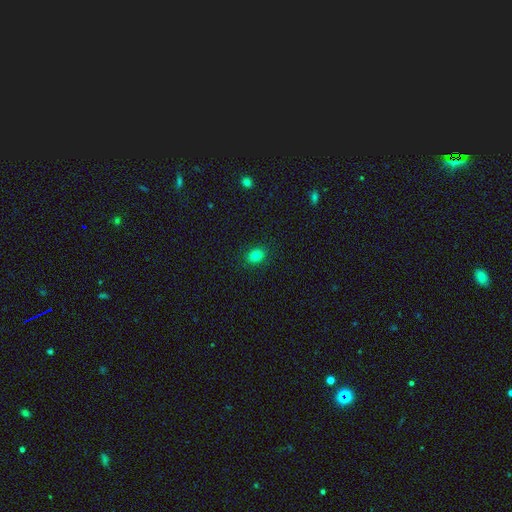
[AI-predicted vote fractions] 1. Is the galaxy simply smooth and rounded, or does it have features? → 81% smooth, 12% star or artifact, 6% featured or disk.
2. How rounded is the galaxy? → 50% round, 49% in between, 1% cigar-shaped.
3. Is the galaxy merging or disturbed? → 90% none, 7% minor disturbance, 2% major disturbance, 1% merger.